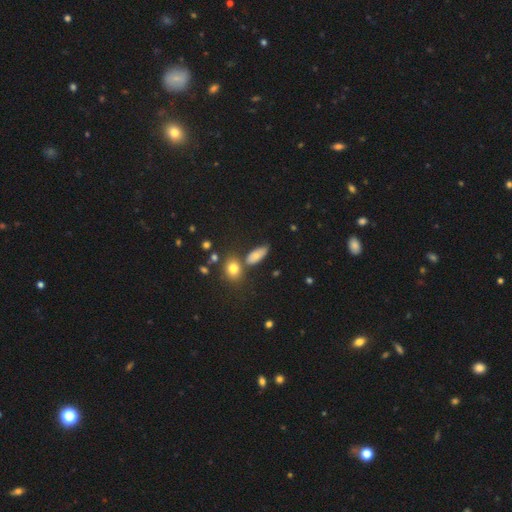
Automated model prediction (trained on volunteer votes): smooth_or_featured: smooth (p=0.72) [alt: featured or disk p=0.16]
how_rounded: in between (p=0.77) [alt: cigar-shaped p=0.13]
merging: none (p=0.59) [alt: minor disturbance p=0.20]